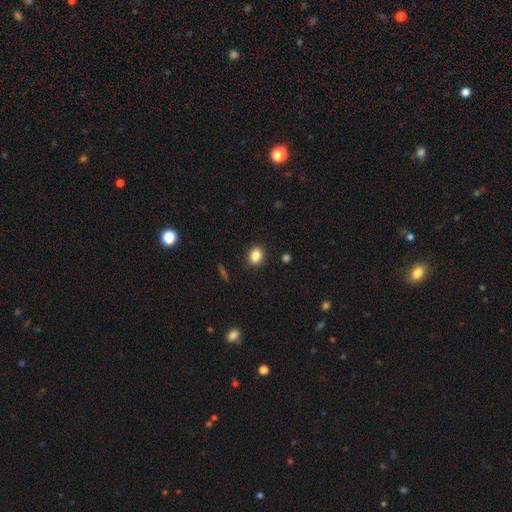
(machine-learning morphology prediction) Smooth or featured?
  - smooth: 85% *
  - star or artifact: 10%
  - featured or disk: 5%
How rounded?
  - in between: 50% *
  - round: 49%
  - cigar-shaped: 1%
Merging?
  - none: 89% *
  - minor disturbance: 7%
  - major disturbance: 2%
  - merger: 1%